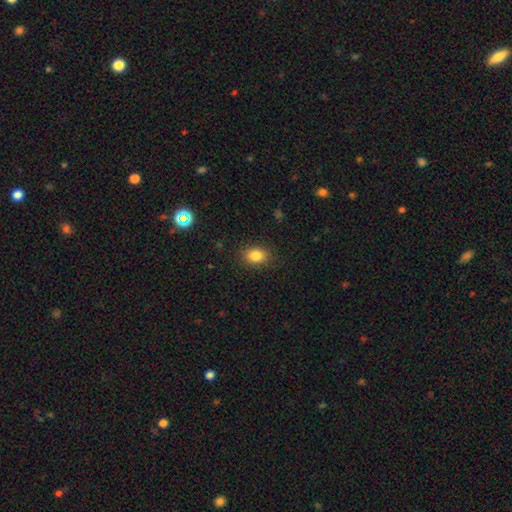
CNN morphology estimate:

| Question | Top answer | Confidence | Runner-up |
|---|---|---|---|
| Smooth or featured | smooth | 84% | star or artifact (10%) |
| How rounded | in between | 65% | round (34%) |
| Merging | none | 86% | minor disturbance (10%) |